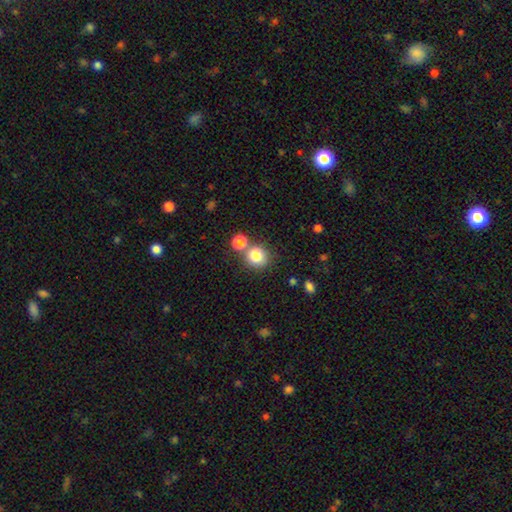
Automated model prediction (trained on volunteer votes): smooth-or-featured: smooth: 82% | star or artifact: 11% | featured or disk: 7%
  how-rounded: round: 81% | in between: 18% | cigar-shaped: 1%
  merging: none: 58% | merger: 27% | minor disturbance: 10% | major disturbance: 4%